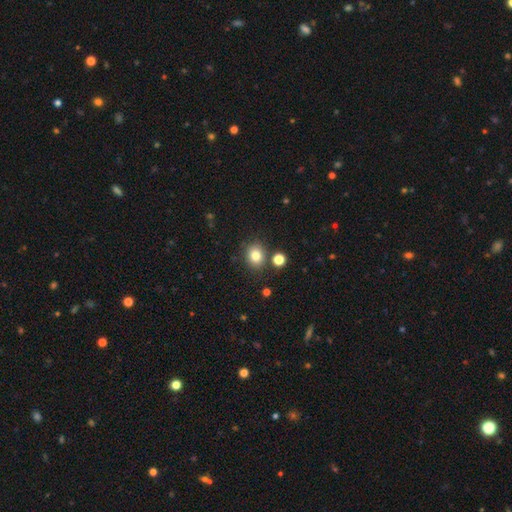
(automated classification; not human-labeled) Overall: smooth (81%). How rounded: round (65%; in between 34%). Merging: none (80%).